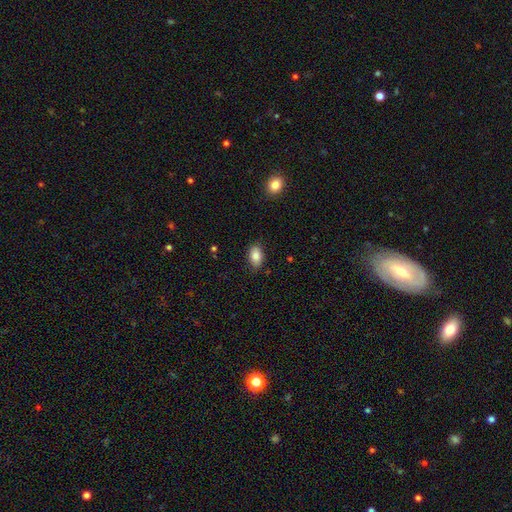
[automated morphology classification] This is clearly a smooth galaxy (85%). How rounded: clearly in between (90%). Merging: clearly none (85%).